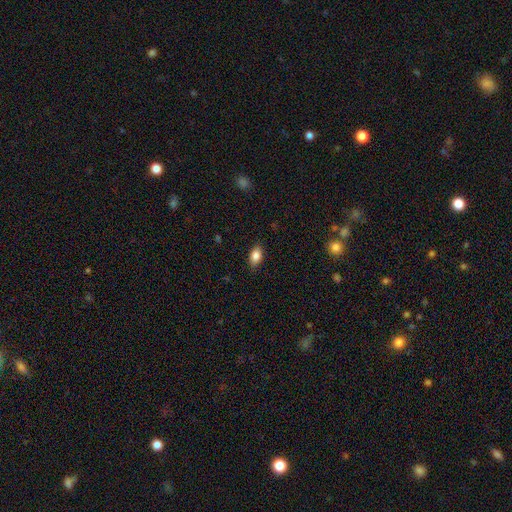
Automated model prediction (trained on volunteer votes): Smooth or featured? smooth (85%)
How rounded? in between (89%)
Merging? none (87%)